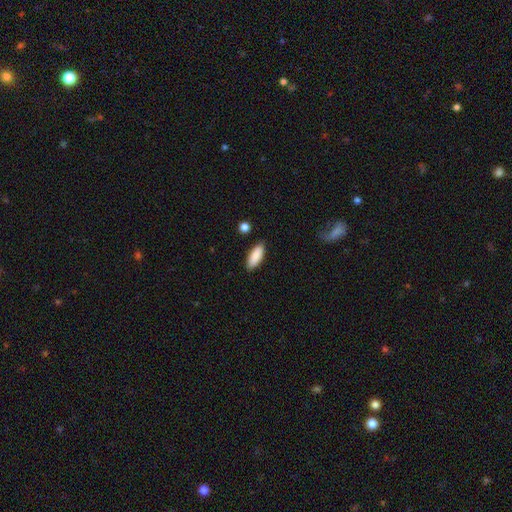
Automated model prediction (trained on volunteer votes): Smooth or featured: smooth — 88% (star or artifact — 6%)
How rounded: in between — 75% (cigar-shaped — 23%)
Merging: none — 86% (minor disturbance — 10%)